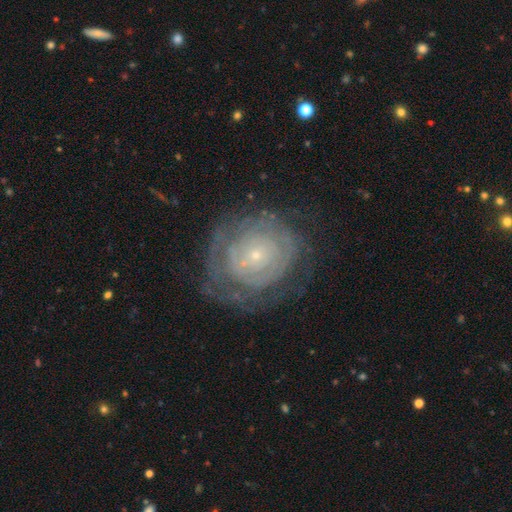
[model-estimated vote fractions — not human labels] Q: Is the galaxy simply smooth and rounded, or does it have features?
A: featured or disk — 71%.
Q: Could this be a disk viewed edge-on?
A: no — 96%.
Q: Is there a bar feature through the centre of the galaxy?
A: no — 81%.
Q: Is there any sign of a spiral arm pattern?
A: yes — 72%.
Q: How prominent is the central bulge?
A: small — 86%.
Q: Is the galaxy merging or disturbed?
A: none — 70%.